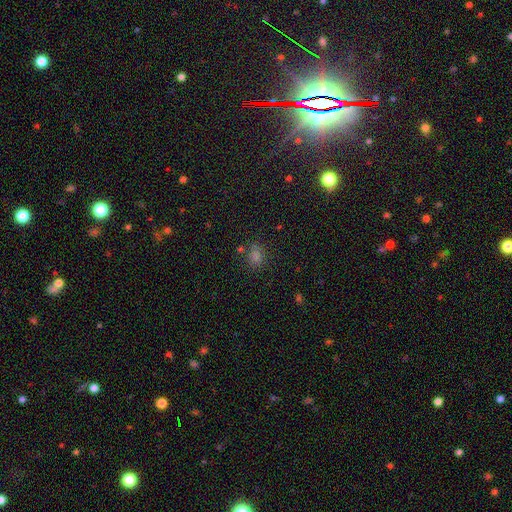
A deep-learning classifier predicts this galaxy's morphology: Smooth or featured? smooth (62%)
How rounded? round (51%)
Merging? none (77%)